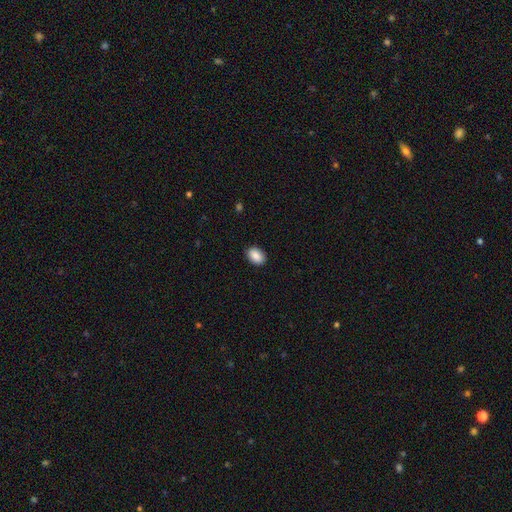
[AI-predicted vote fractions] Q: Smooth or featured?
A: smooth (88%); runner-up: star or artifact (7%)
Q: How rounded?
A: in between (86%); runner-up: round (13%)
Q: Merging?
A: none (90%); runner-up: minor disturbance (8%)